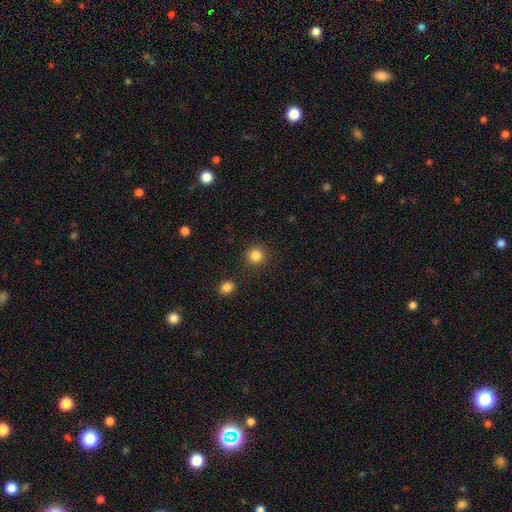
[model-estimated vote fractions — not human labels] This is clearly a smooth galaxy (84%). How rounded: clearly round (93%). Merging: clearly none (90%).